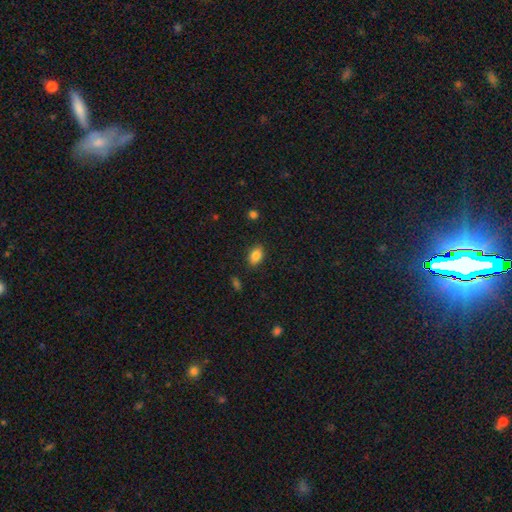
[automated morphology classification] Smooth or featured? smooth (86%)
How rounded? in between (85%)
Merging? none (86%)